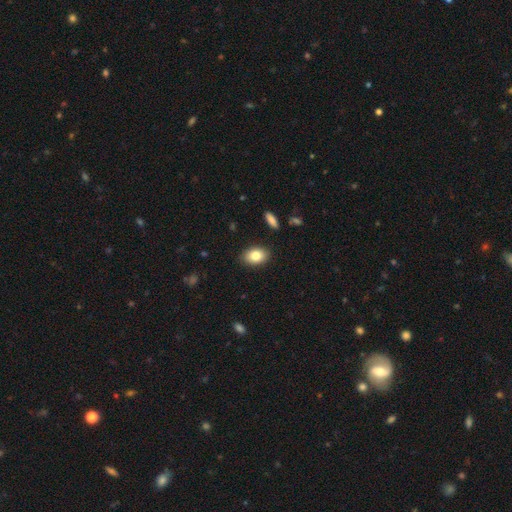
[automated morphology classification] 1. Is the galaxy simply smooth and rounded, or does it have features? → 82% smooth, 10% featured or disk, 8% star or artifact.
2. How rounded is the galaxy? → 86% in between, 12% round, 1% cigar-shaped.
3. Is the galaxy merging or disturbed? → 88% none, 9% minor disturbance, 2% major disturbance, 1% merger.